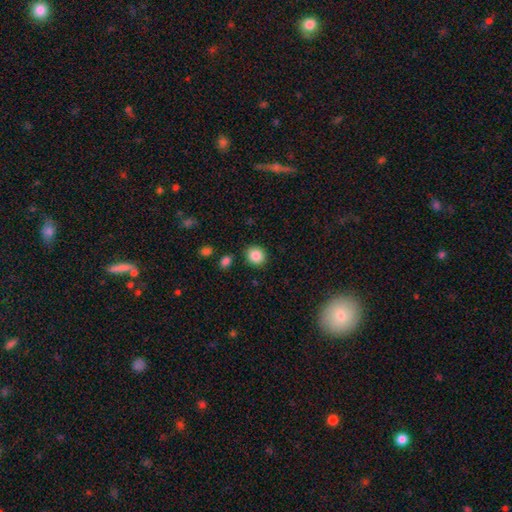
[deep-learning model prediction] This appears to be a smooth galaxy with no disk features (87%) that is round (76%). Merging: none (86%).